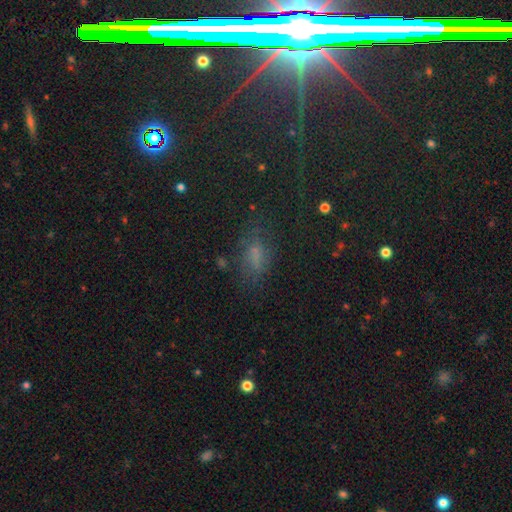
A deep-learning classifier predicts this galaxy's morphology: A smooth galaxy with no disk features (51%) that is in between round and cigar-shaped (78%). Merging: none (60%).